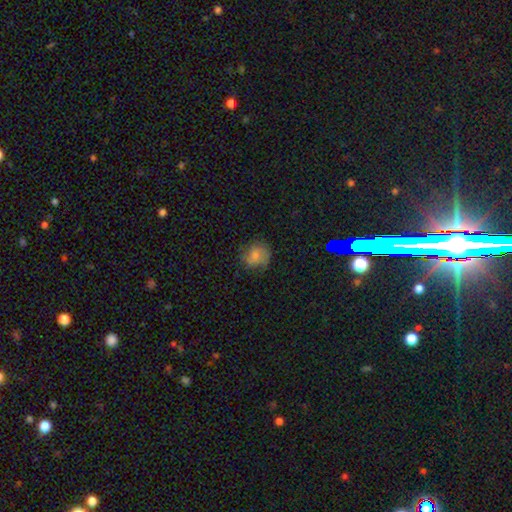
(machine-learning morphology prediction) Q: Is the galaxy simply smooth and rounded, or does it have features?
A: smooth — 70%.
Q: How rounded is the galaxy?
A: round — 79%.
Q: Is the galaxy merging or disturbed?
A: none — 66%.